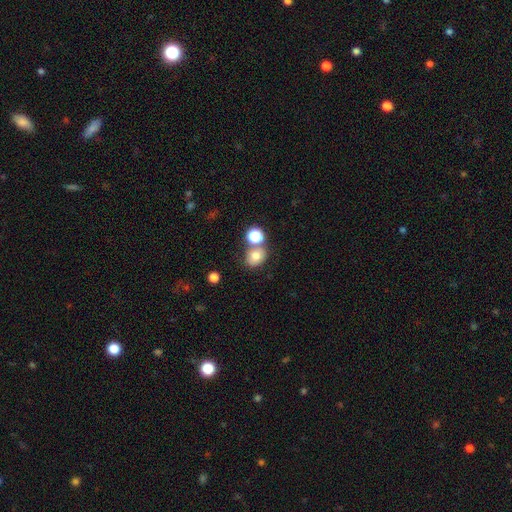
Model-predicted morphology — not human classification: Overall: smooth (75%). How rounded: round (59%; in between 40%). Merging: none (58%; merger 27%).